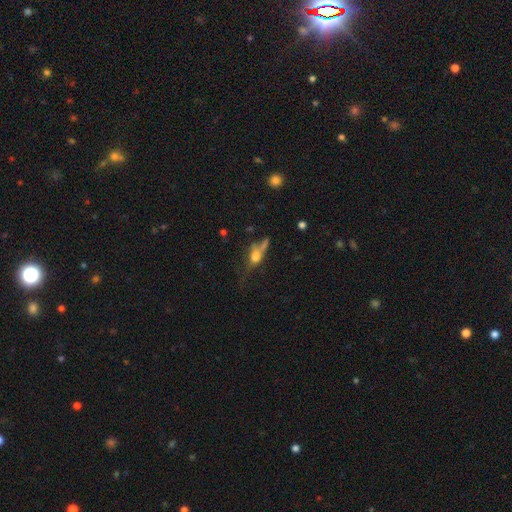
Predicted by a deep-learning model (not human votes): Smooth or featured? smooth (51%)
How rounded? in between (51%)
Merging? none (35%)